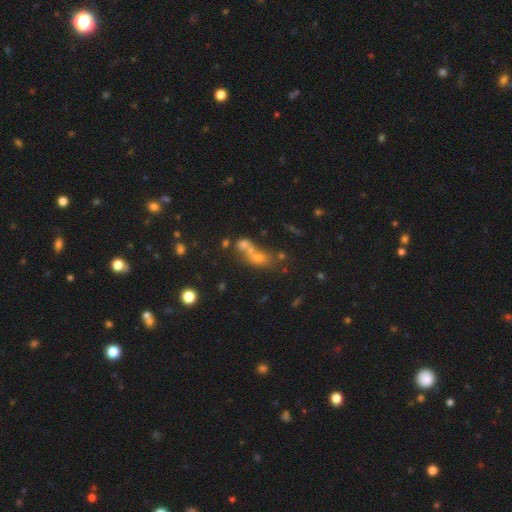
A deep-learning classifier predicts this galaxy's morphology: smooth-or-featured: smooth: 52% | featured or disk: 25% | star or artifact: 23%
  how-rounded: in between: 48% | round: 43% | cigar-shaped: 10%
  merging: merger: 56% | none: 29% | minor disturbance: 8% | major disturbance: 7%